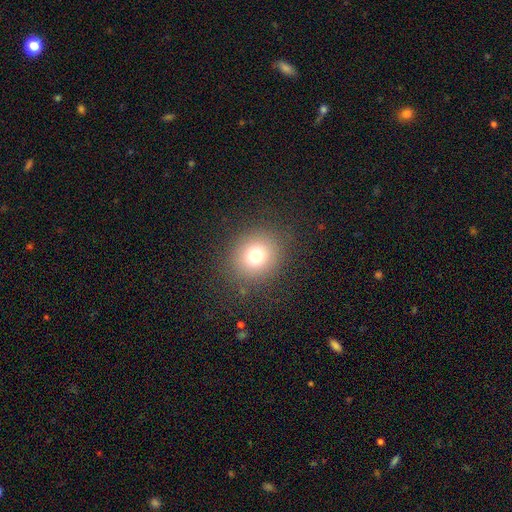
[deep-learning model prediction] Smooth or featured? smooth (72%)
How rounded? round (88%)
Merging? none (87%)